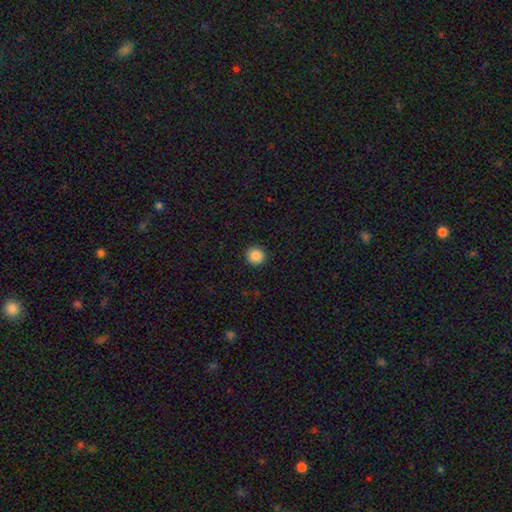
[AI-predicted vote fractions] Overall: smooth (87%). How rounded: round (94%). Merging: none (93%).